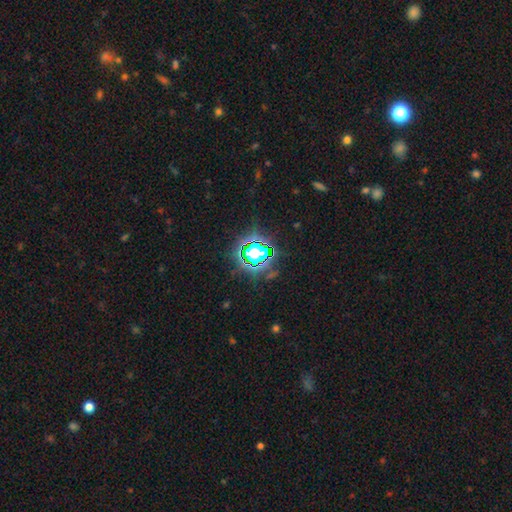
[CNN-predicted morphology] Smooth or featured? star or artifact (71%)